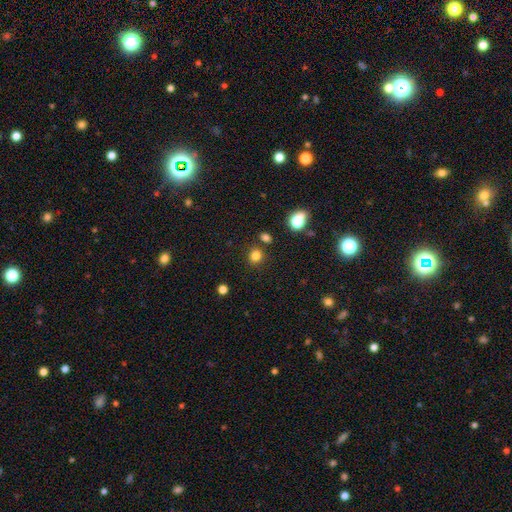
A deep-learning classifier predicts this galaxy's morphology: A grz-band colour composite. It shows a smooth galaxy with no disk features (80%) that is round (77%). Merging: none (81%).